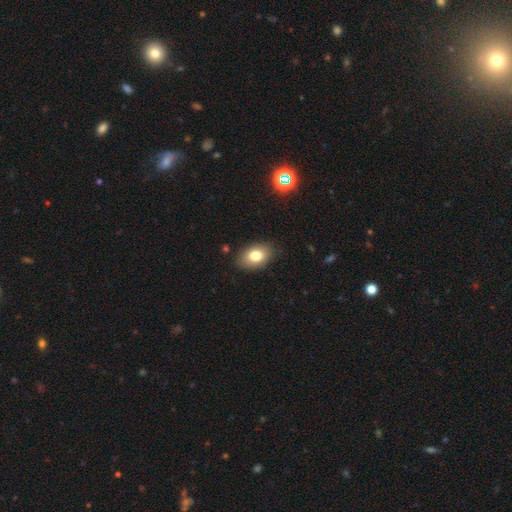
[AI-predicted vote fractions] smooth 79%, featured or disk 13%, star or artifact 8%. Down the decision tree: how rounded — in between (88%); merging — none (85%).